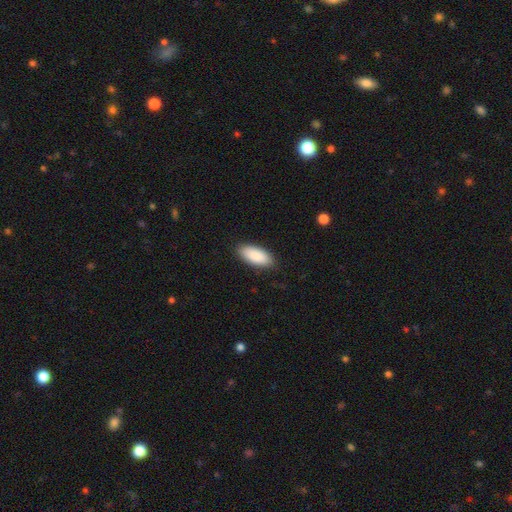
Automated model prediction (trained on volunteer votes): A smooth galaxy with no disk features (90%) that is in between round and cigar-shaped (89%). Merging: none (89%).